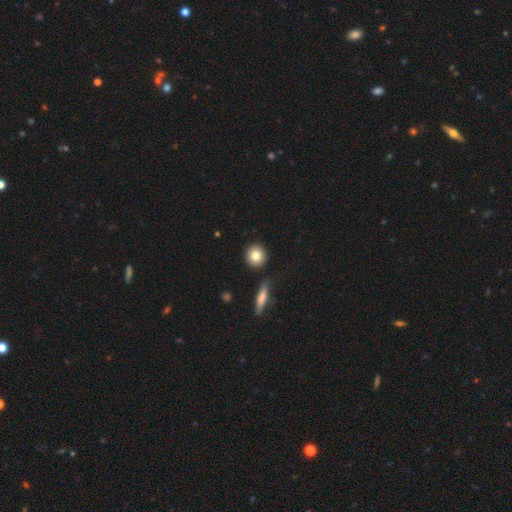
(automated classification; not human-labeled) smooth 82%, featured or disk 10%, star or artifact 8%. Down the decision tree: how rounded — round (85%); merging — none (88%).